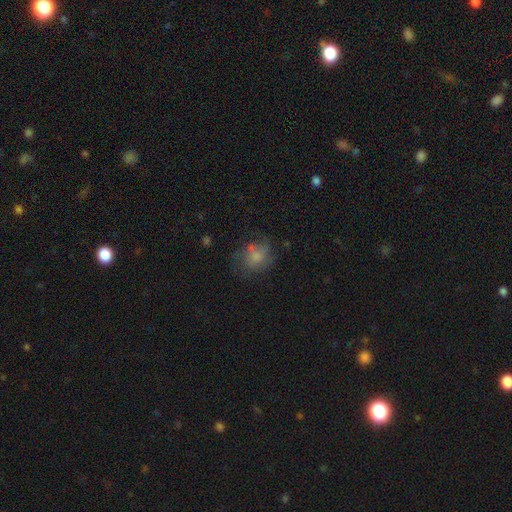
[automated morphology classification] Smooth or featured?
  - smooth: 68% *
  - featured or disk: 21%
  - star or artifact: 11%
How rounded?
  - round: 66% *
  - in between: 33%
  - cigar-shaped: 1%
Merging?
  - none: 52% *
  - minor disturbance: 24%
  - major disturbance: 17%
  - merger: 7%